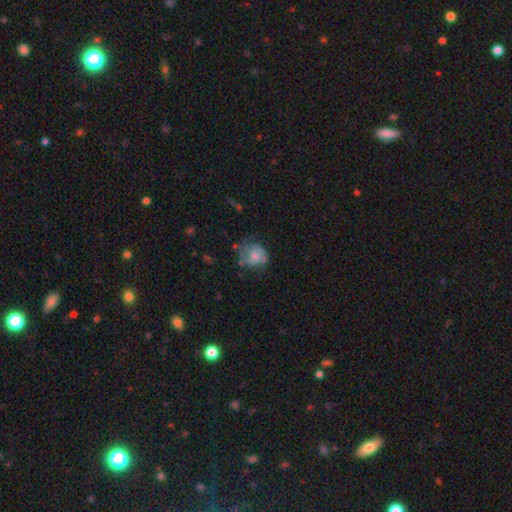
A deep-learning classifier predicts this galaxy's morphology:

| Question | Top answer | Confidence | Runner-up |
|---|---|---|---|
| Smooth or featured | smooth | 48% | featured or disk (43%) |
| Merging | none | 47% | minor disturbance (29%) |